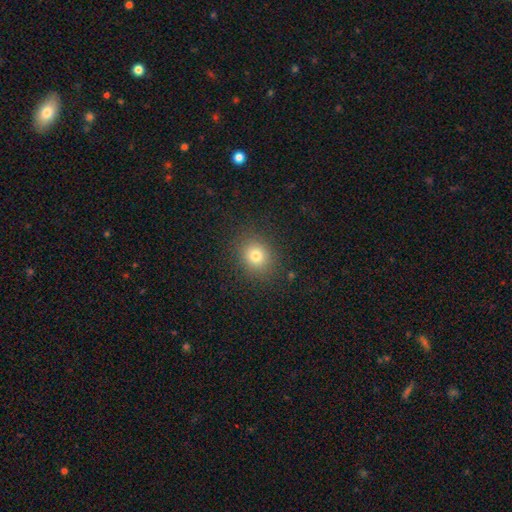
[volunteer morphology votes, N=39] smooth-or-featured: smooth: 85% | star or artifact: 10% | featured or disk: 5%
  how-rounded: round: 61% | in between: 39% | cigar-shaped: 0%
  merging: none: 80% | minor disturbance: 17% | major disturbance: 3% | merger: 0%